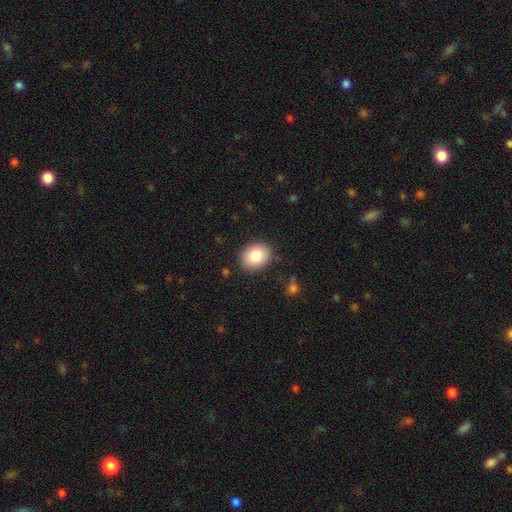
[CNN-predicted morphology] This appears to be a smooth galaxy with no disk features (82%) that is in between round and cigar-shaped (53%). Merging: none (87%).